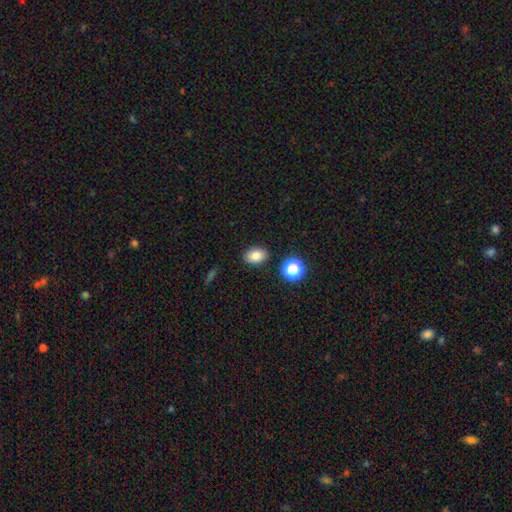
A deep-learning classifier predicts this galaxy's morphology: Smooth or featured: smooth — 83% (star or artifact — 11%)
How rounded: in between — 75% (round — 23%)
Merging: none — 85% (minor disturbance — 9%)